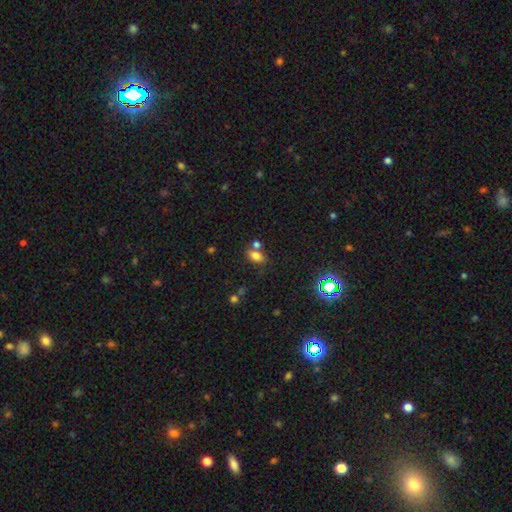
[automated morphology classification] smooth_or_featured: smooth (p=0.76) [alt: star or artifact p=0.14]
how_rounded: in between (p=0.85) [alt: round p=0.12]
merging: none (p=0.55) [alt: merger p=0.29]